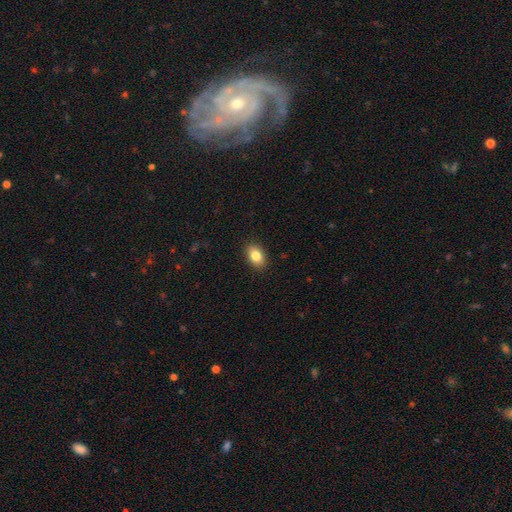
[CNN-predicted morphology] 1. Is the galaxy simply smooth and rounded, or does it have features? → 83% smooth, 8% star or artifact, 8% featured or disk.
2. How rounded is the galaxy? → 84% in between, 15% round, 1% cigar-shaped.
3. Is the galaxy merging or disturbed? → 89% none, 8% minor disturbance, 2% major disturbance, 1% merger.